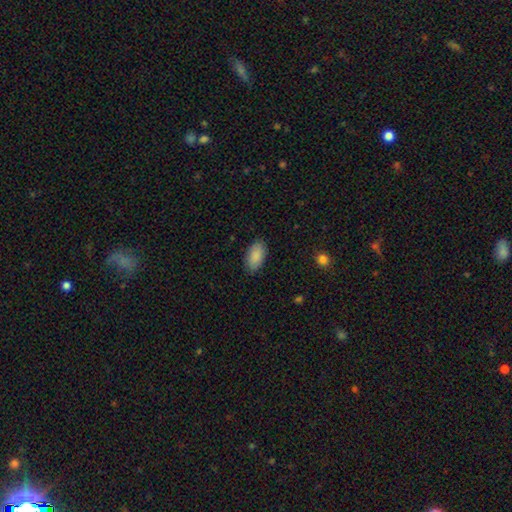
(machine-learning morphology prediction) Smooth or featured: smooth — 89% (star or artifact — 6%)
How rounded: in between — 95% (round — 3%)
Merging: none — 86% (minor disturbance — 11%)